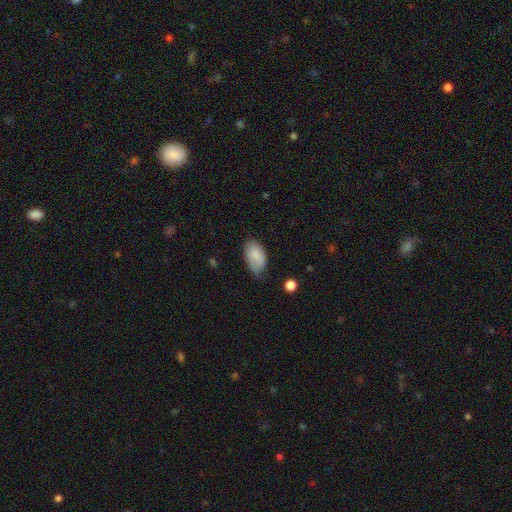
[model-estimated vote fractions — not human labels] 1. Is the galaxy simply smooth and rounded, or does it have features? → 83% smooth, 10% featured or disk, 7% star or artifact.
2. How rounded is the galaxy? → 94% in between, 5% round, 2% cigar-shaped.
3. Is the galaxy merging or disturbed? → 58% none, 33% minor disturbance, 7% major disturbance, 2% merger.